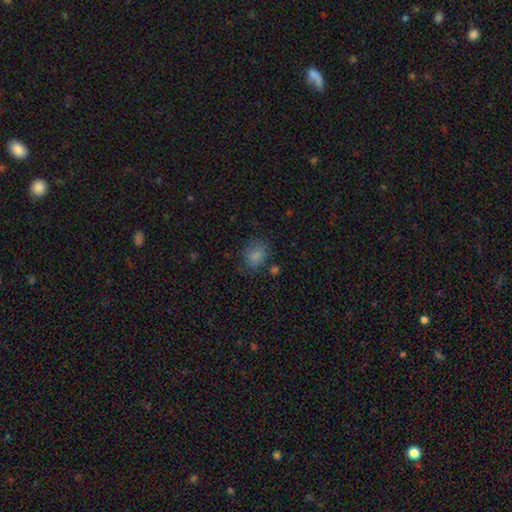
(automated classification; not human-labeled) A smooth galaxy with no disk features (82%) that is in between round and cigar-shaped (54%). Merging: none (69%).